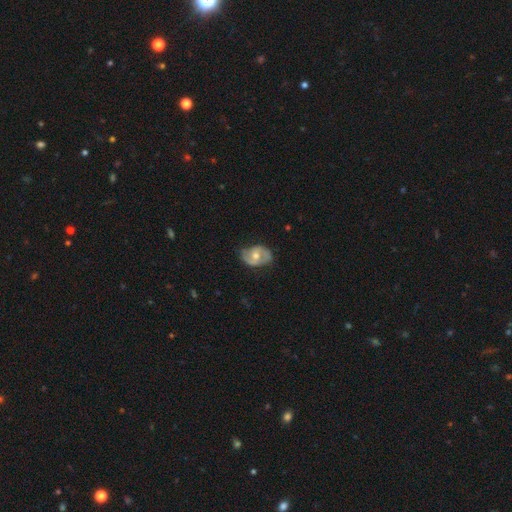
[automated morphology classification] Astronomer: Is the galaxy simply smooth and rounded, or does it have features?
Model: featured or disk — 72%.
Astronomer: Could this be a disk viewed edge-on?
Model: no — 96%.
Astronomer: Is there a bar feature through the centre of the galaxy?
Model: no — 60%.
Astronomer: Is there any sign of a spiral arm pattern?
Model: yes — 82%.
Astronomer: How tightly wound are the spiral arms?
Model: medium — 46% (runner-up: tight, 30%).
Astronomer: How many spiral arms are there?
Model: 2 — 85%.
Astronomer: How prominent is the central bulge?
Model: moderate — 74%.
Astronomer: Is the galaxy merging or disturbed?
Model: none — 73%.